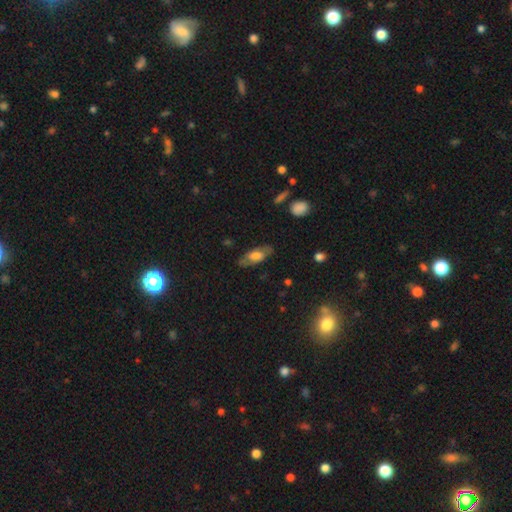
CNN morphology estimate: Overall: smooth (54%; featured or disk 39%). How rounded: in between (79%). Merging: none (76%).